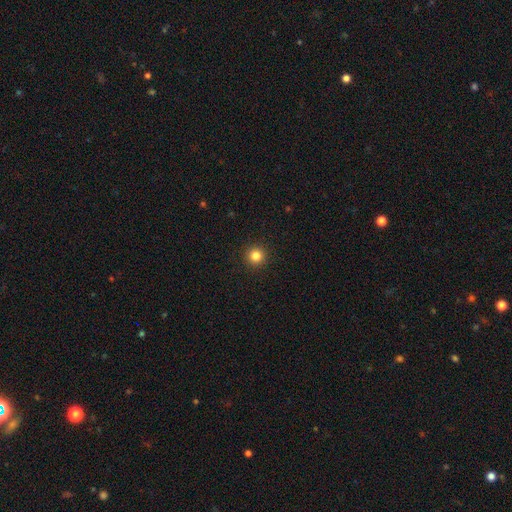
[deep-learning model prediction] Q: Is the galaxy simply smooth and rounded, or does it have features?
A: smooth — 82%.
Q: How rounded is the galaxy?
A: round — 96%.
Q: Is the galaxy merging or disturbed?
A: none — 93%.